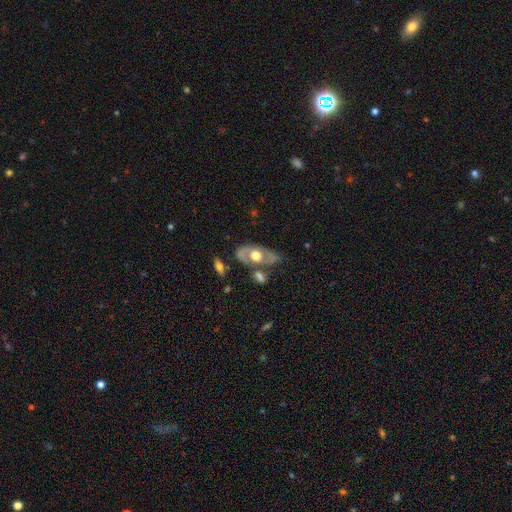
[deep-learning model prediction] smooth_or_featured: featured or disk (p=0.62) [alt: smooth p=0.33]
disk_edge_on: no (p=0.85) [alt: yes p=0.15]
bar: no (p=0.87) [alt: weak p=0.10]
has_spiral_arms: no (p=0.68) [alt: yes p=0.32]
bulge_size: moderate (p=0.49) [alt: large p=0.43]
merging: none (p=0.58) [alt: minor disturbance p=0.21]